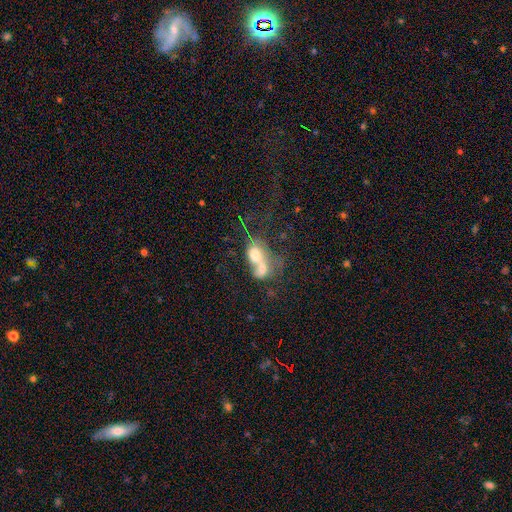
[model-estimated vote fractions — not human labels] This is possibly a smooth galaxy (52%). How rounded: likely in between (69%). Merging: likely merger (71%).